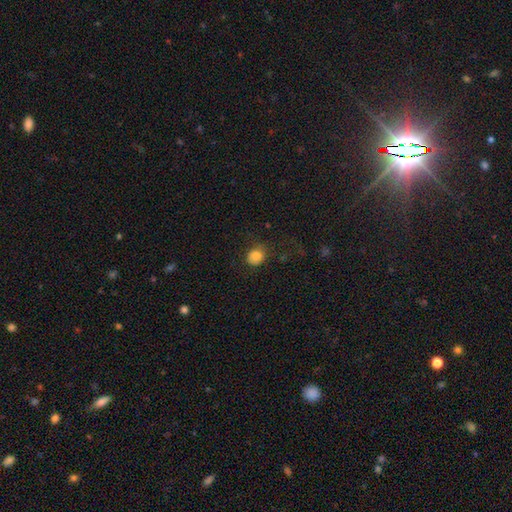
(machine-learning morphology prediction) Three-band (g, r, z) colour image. It shows a smooth galaxy with no disk features (84%) that is round (69%). Merging: none (70%).